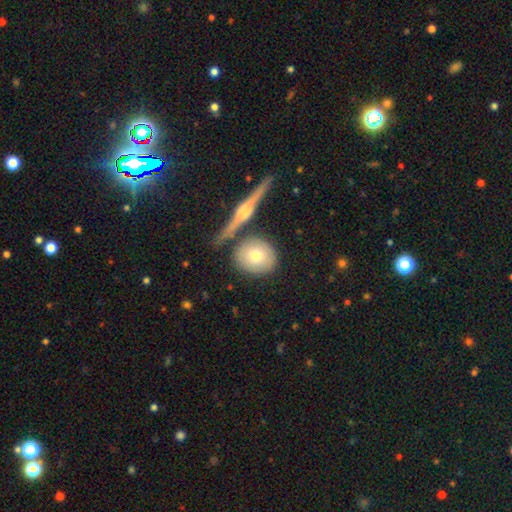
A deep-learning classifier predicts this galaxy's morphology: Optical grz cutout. It shows a smooth galaxy with no disk features (70%) that is round (83%). Merging: none (73%).